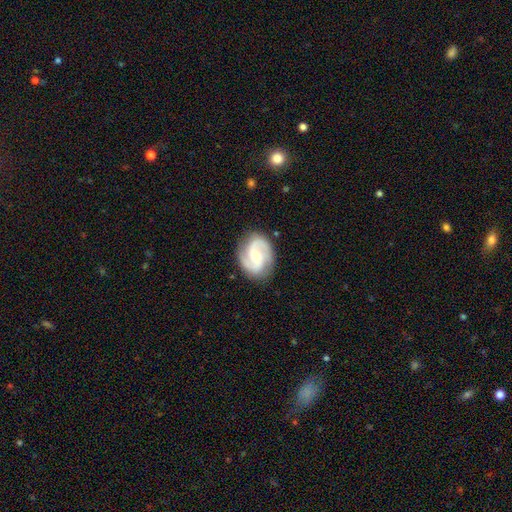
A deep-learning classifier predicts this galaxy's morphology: Q: Smooth or featured?
A: featured or disk (85%); runner-up: smooth (10%)
Q: Edge-on disk?
A: no (98%); runner-up: yes (2%)
Q: Bar?
A: weak (44%); runner-up: no (43%)
Q: Spiral arms?
A: yes (97%); runner-up: no (3%)
Q: Spiral winding?
A: medium (55%); runner-up: tight (27%)
Q: Spiral arm count?
A: 2 (90%); runner-up: 3 (3%)
Q: Bulge size?
A: moderate (58%); runner-up: small (37%)
Q: Merging?
A: none (84%); runner-up: minor disturbance (12%)